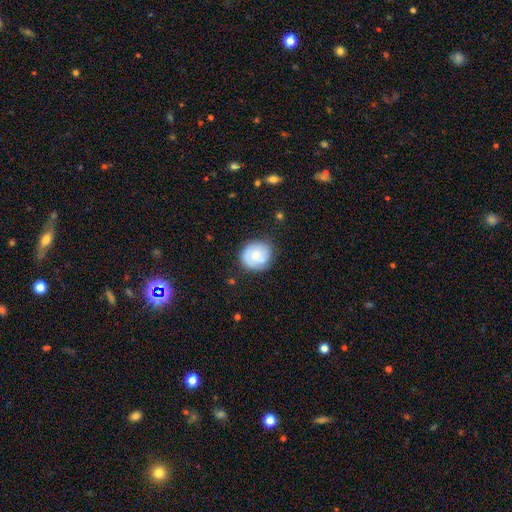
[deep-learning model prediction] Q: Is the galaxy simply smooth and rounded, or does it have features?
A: smooth — 62%.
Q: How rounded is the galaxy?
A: round — 80%.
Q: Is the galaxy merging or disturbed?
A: none — 71%.